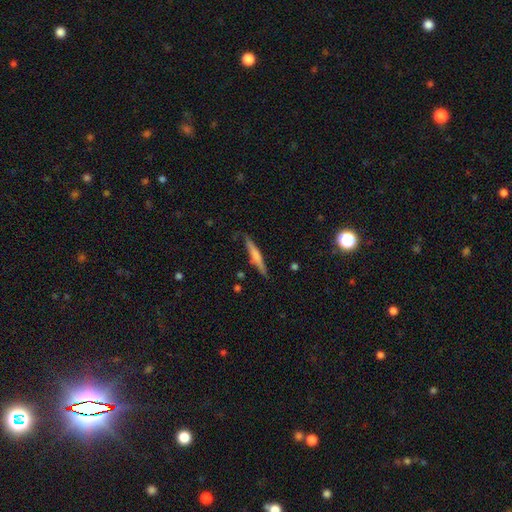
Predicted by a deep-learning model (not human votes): The model was most divided on "smooth or featured": smooth: 57%, featured or disk: 37%, star or artifact: 6%. More confident: how rounded — cigar-shaped (94%); merging — none (82%).